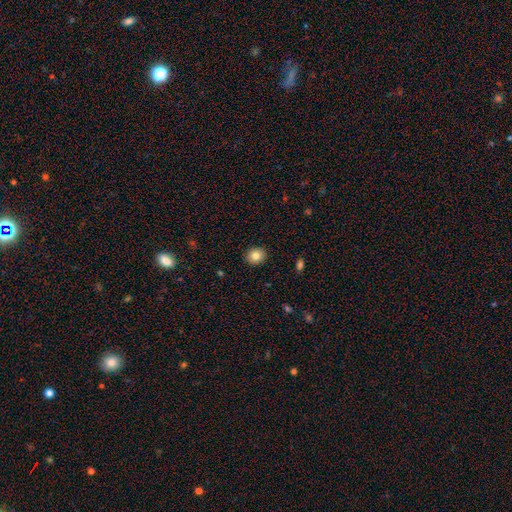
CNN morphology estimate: Q: Smooth or featured?
A: smooth (82%); runner-up: star or artifact (9%)
Q: How rounded?
A: round (69%); runner-up: in between (30%)
Q: Merging?
A: none (91%); runner-up: minor disturbance (7%)